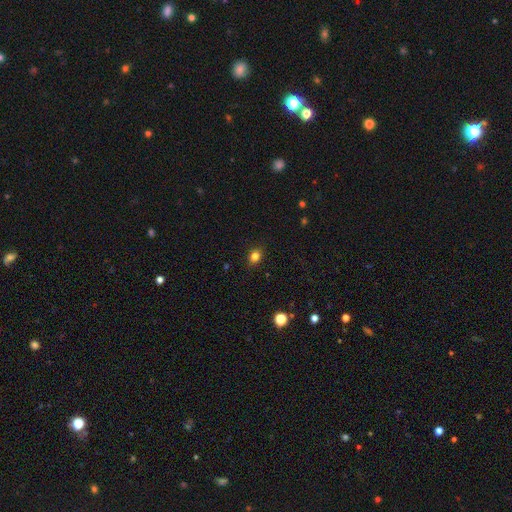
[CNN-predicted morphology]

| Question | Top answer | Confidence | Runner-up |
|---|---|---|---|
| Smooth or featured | smooth | 82% | star or artifact (13%) |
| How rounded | round | 53% | in between (46%) |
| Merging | none | 89% | minor disturbance (8%) |